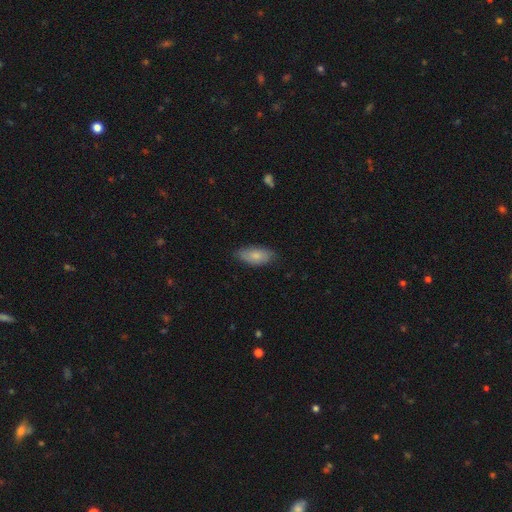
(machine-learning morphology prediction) Overall: smooth (77%). How rounded: in between (89%). Merging: none (76%).